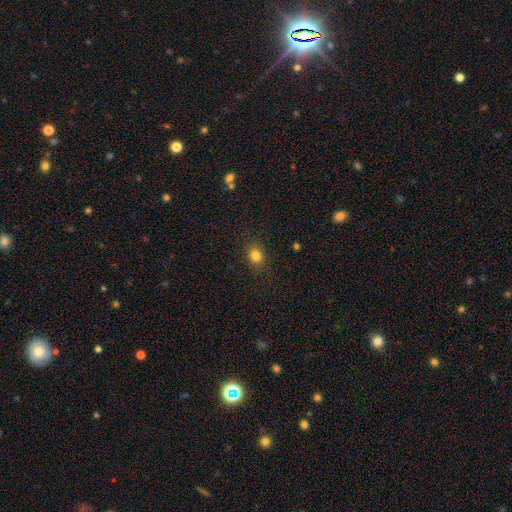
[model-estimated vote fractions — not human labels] Smooth or featured? smooth (82%)
How rounded? round (52%)
Merging? none (87%)